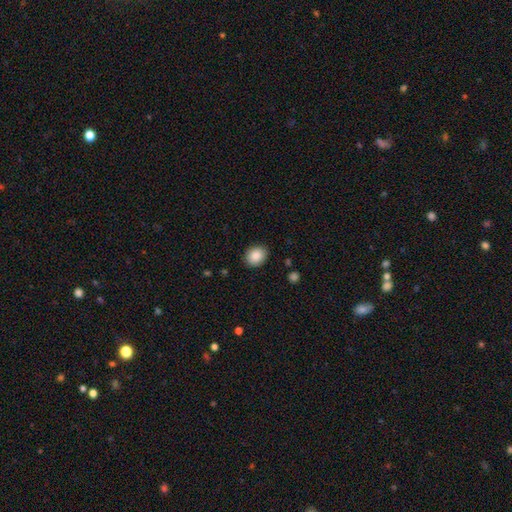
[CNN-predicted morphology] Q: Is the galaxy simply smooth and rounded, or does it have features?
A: smooth — 88%.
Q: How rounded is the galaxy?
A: round — 54%.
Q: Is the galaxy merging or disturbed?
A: none — 88%.